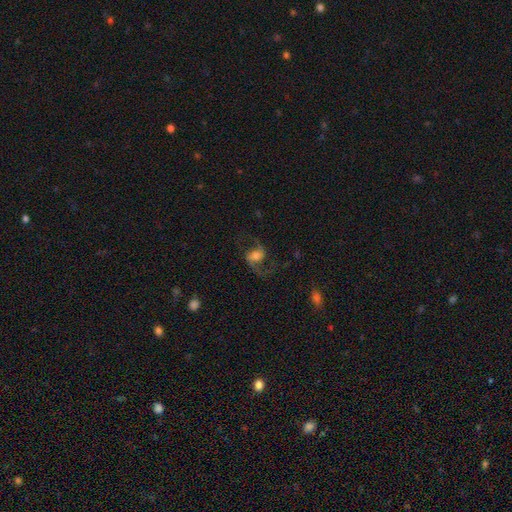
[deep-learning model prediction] This appears to be a featured or disk galaxy (80%) with no bar (45%), 2 (92%) loose (61%) spiral arms (95%) and a moderate central bulge (52%). Merging: none (70%).